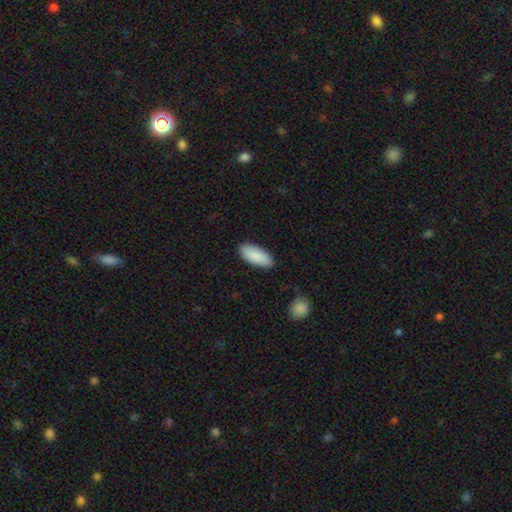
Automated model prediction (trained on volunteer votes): The model was most divided on "how rounded": in between: 87%, cigar-shaped: 11%, round: 2%. More confident: smooth or featured — smooth (89%); merging — none (88%).